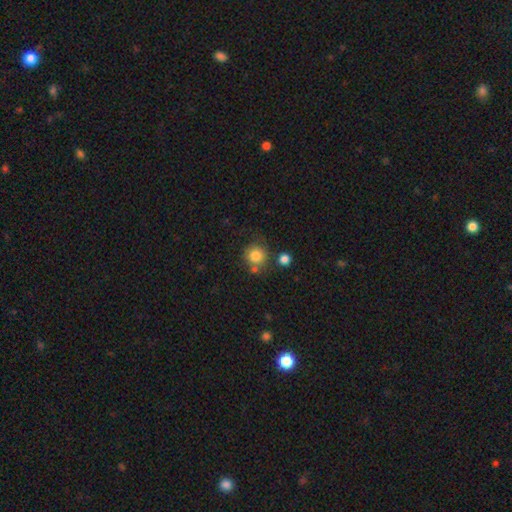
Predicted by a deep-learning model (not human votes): A smooth galaxy with no disk features (82%) that is round (93%). Merging: none (71%).